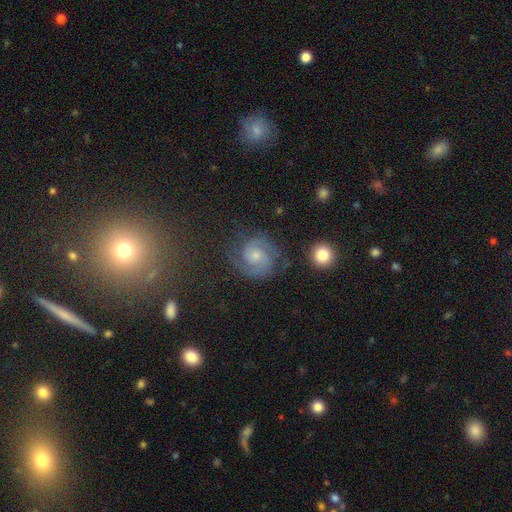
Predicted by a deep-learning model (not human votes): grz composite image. It shows a featured or disk galaxy (80%) with no bar (64%), 2 (86%) tight (46%) spiral arms (97%) and a small central bulge (51%). Merging: none (78%).